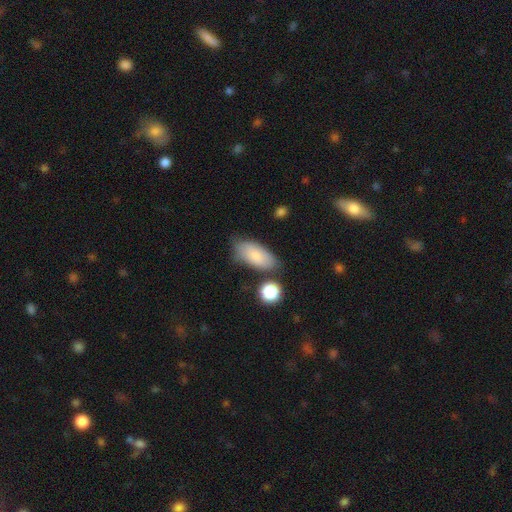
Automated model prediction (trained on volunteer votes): A smooth galaxy with no disk features (81%) that is in between round and cigar-shaped (89%). Merging: none (67%).